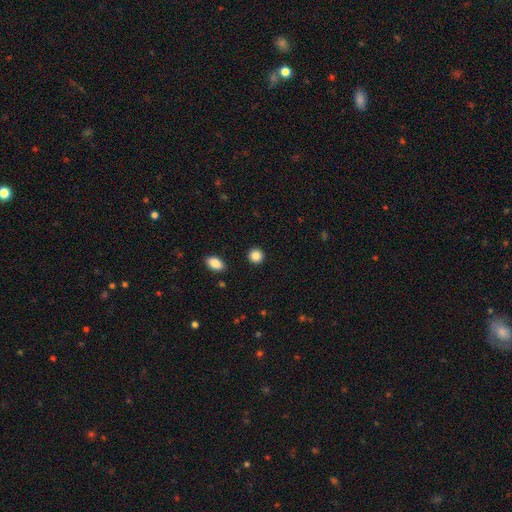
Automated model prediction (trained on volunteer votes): Morphology: type=smooth (87%); roundness=round (91%); merging=none (92%).